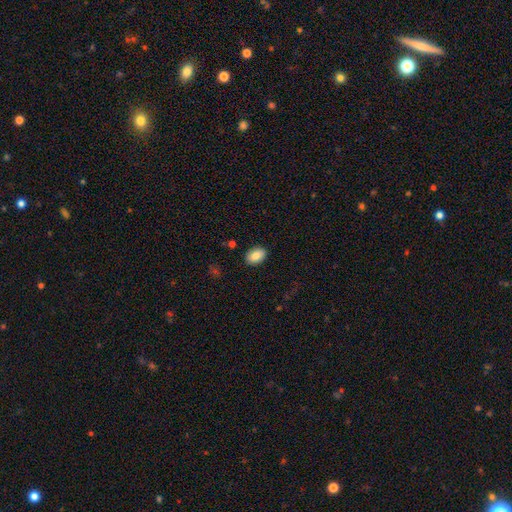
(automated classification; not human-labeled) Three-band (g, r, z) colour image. It shows a smooth galaxy with no disk features (84%) that is in between round and cigar-shaped (86%). Merging: none (88%).